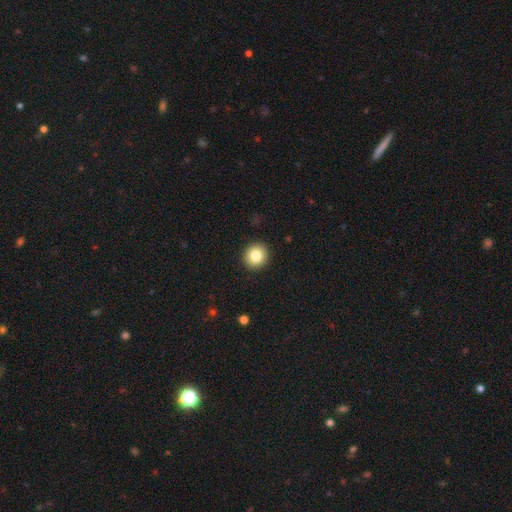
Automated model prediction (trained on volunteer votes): Smooth or featured: smooth — 83% (star or artifact — 9%)
How rounded: round — 87% (in between — 12%)
Merging: none — 92% (minor disturbance — 5%)